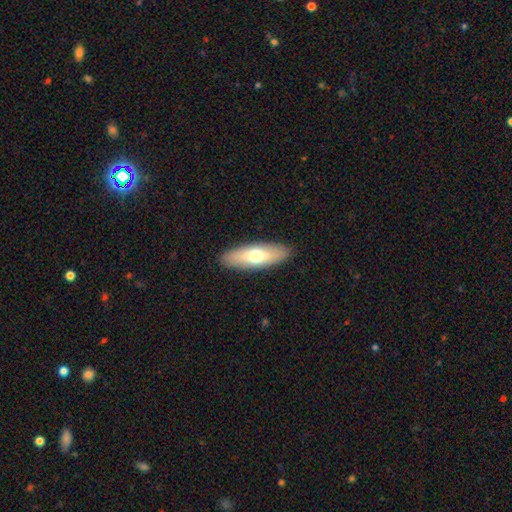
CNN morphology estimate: This appears to be a smooth galaxy with no disk features (64%) that is in between round and cigar-shaped (58%). Merging: none (89%).